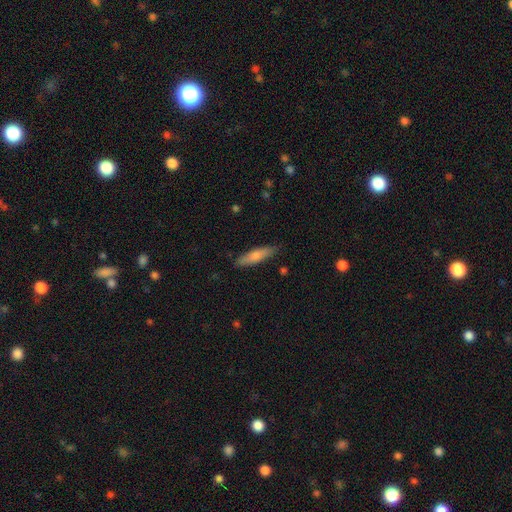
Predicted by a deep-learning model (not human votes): A smooth galaxy with no disk features (71%) that is cigar-shaped (74%). Merging: none (86%).